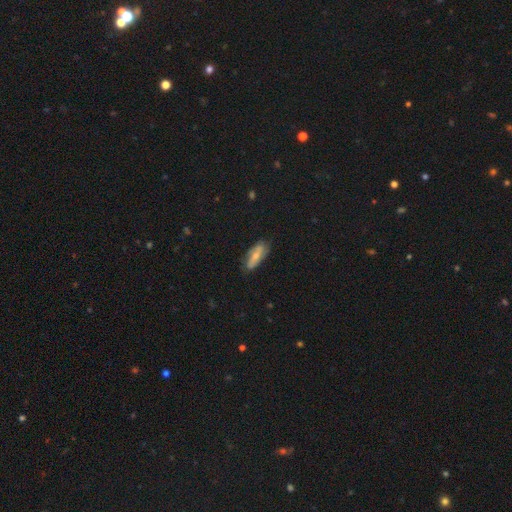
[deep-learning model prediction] Smooth or featured?
  - smooth: 54% *
  - featured or disk: 39%
  - star or artifact: 7%
How rounded?
  - in between: 65% *
  - cigar-shaped: 33%
  - round: 3%
Merging?
  - none: 70% *
  - minor disturbance: 22%
  - major disturbance: 5%
  - merger: 2%